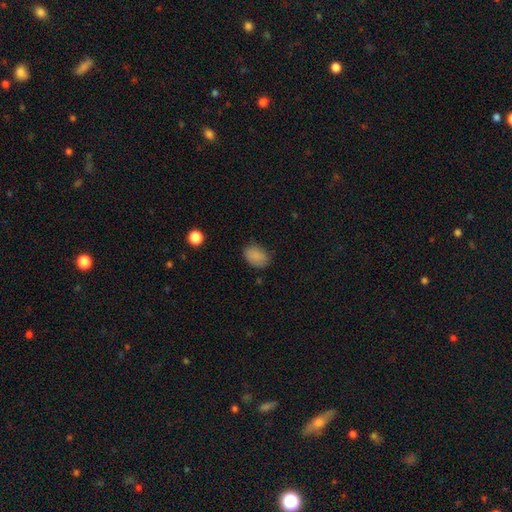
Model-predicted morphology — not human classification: Q: Smooth or featured?
A: smooth (86%); runner-up: star or artifact (9%)
Q: How rounded?
A: in between (78%); runner-up: round (21%)
Q: Merging?
A: none (78%); runner-up: minor disturbance (17%)